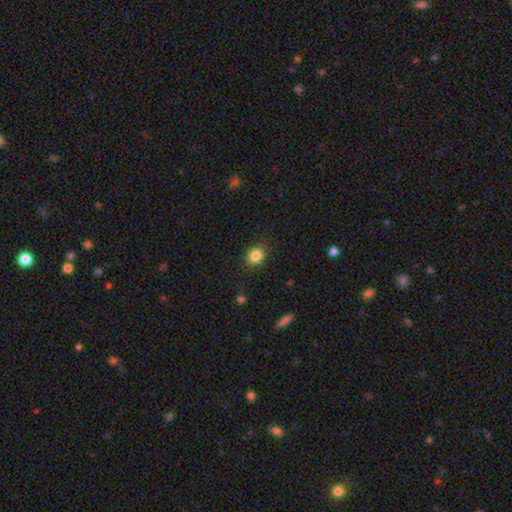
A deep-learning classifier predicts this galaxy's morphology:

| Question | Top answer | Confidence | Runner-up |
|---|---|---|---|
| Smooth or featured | smooth | 85% | star or artifact (10%) |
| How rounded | round | 55% | in between (43%) |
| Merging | none | 85% | minor disturbance (11%) |